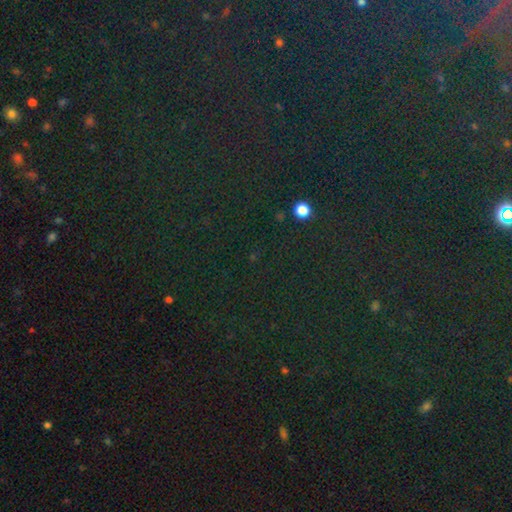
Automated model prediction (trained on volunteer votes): star or artifact 78%, smooth 14%, featured or disk 8%.